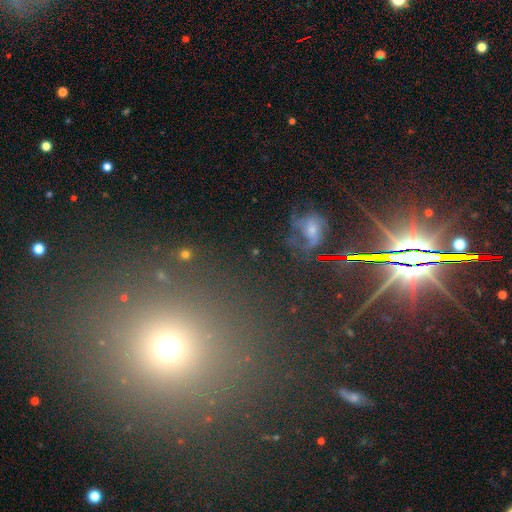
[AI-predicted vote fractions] The model was most divided on "smooth or featured": star or artifact: 52%, smooth: 37%, featured or disk: 12%.